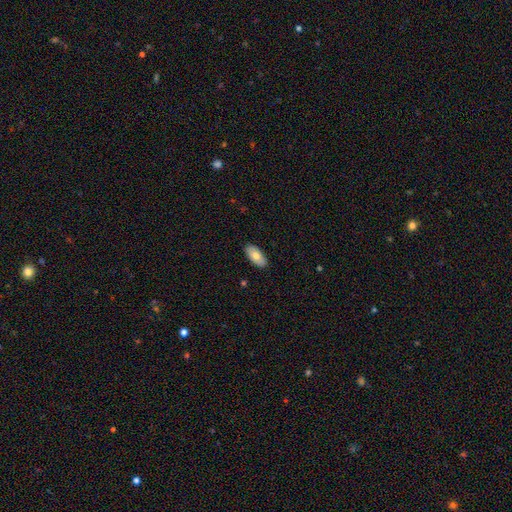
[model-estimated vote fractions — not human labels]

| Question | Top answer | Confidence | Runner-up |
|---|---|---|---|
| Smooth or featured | smooth | 75% | featured or disk (18%) |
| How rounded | in between | 92% | cigar-shaped (5%) |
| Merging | none | 89% | minor disturbance (9%) |